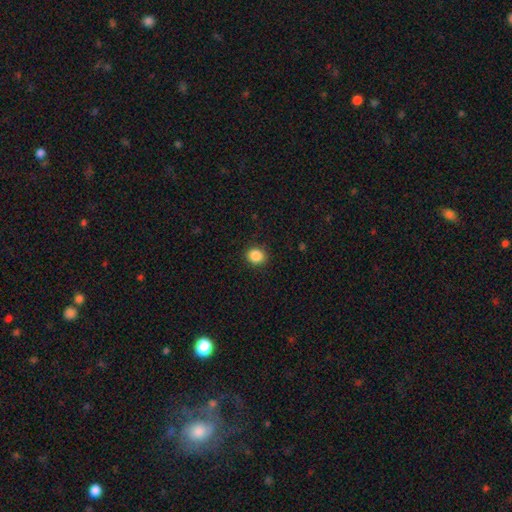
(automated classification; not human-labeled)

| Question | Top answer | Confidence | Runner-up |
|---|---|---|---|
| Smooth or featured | smooth | 87% | star or artifact (9%) |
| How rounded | round | 75% | in between (25%) |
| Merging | none | 90% | minor disturbance (7%) |